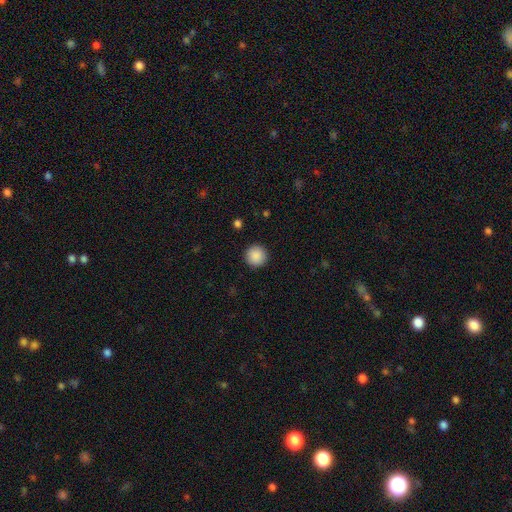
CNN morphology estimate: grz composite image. It shows a smooth galaxy with no disk features (90%) that is round (96%). Merging: none (92%).